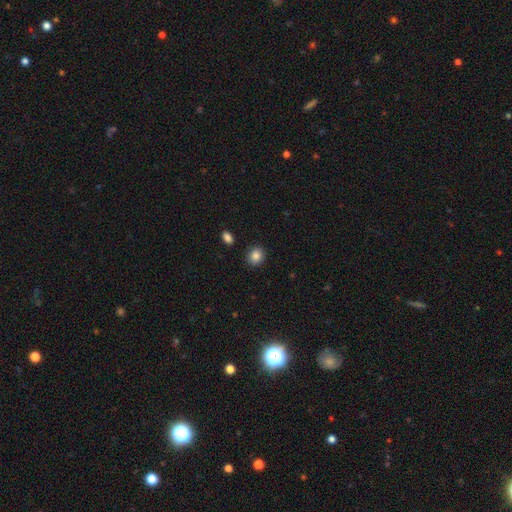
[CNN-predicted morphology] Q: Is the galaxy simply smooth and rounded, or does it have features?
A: smooth — 86%.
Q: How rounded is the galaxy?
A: round — 74%.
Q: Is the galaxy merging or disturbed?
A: none — 89%.